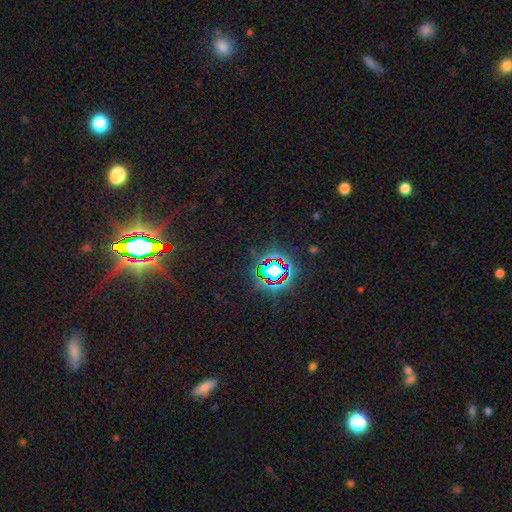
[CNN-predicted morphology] This is clearly a star or artifact rather than a galaxy (83%).